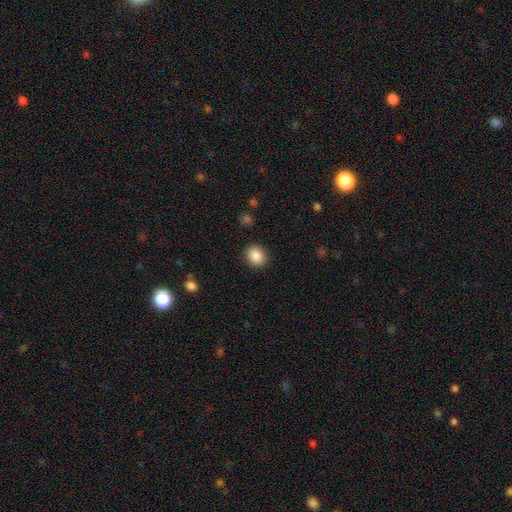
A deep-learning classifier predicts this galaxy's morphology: smooth 88%, star or artifact 9%, featured or disk 3%. Down the decision tree: how rounded — round (61%); merging — none (89%).